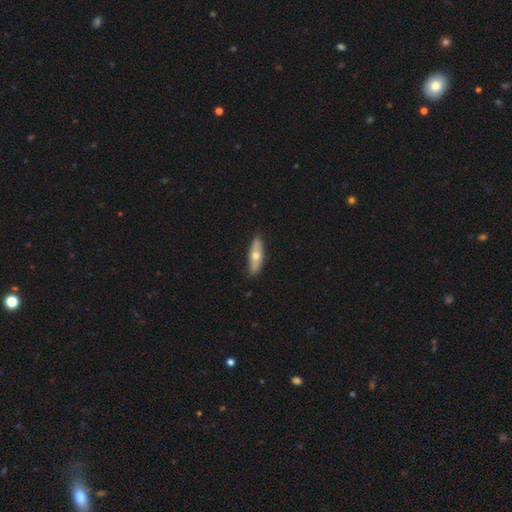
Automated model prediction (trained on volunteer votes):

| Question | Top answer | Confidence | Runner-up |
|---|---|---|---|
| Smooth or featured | smooth | 54% | featured or disk (41%) |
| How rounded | in between | 49% | cigar-shaped (48%) |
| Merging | none | 85% | minor disturbance (12%) |